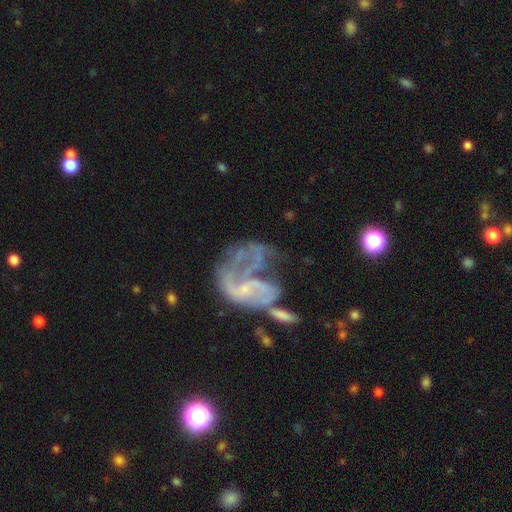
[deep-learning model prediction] smooth_or_featured: featured or disk (p=0.70) [alt: smooth p=0.17]
disk_edge_on: no (p=0.98) [alt: yes p=0.02]
bar: no (p=0.69) [alt: weak p=0.23]
has_spiral_arms: yes (p=0.52) [alt: no p=0.48]
bulge_size: none (p=0.57) [alt: small p=0.32]
merging: major disturbance (p=0.45) [alt: none p=0.21]